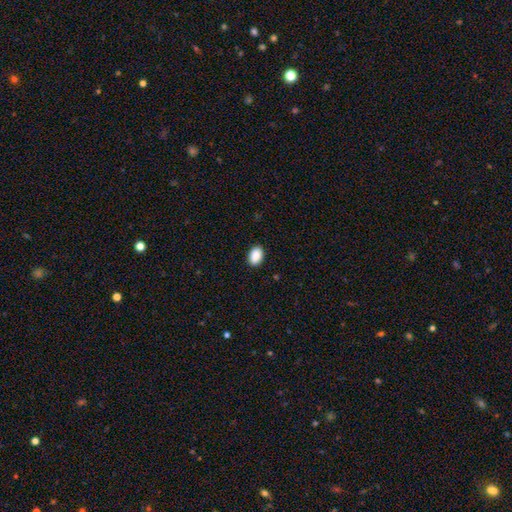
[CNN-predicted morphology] The model was most divided on "how rounded": in between: 88%, round: 11%, cigar-shaped: 1%. More confident: smooth or featured — smooth (90%); merging — none (89%).